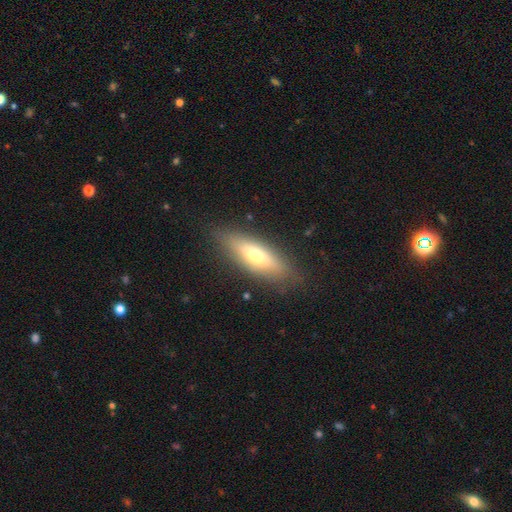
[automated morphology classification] Smooth or featured? smooth (59%)
How rounded? in between (49%)
Merging? none (85%)